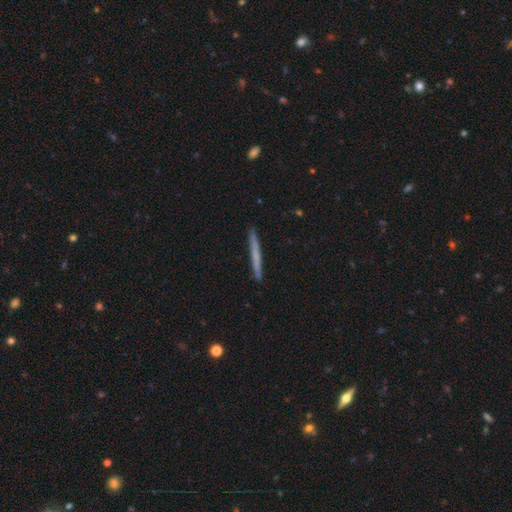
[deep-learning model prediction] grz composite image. It shows a smooth galaxy with no disk features (58%) that is cigar-shaped (97%). Merging: none (91%).